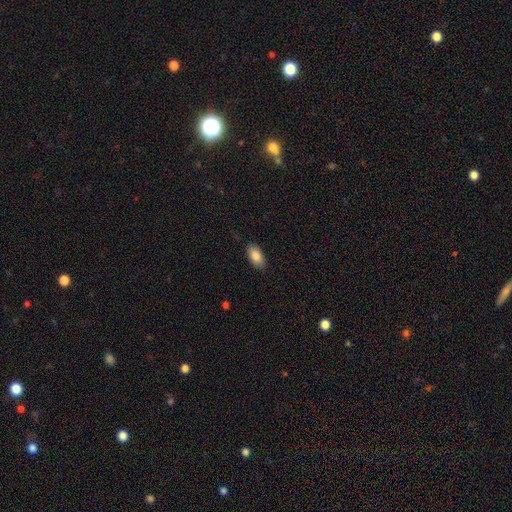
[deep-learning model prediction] Morphology: type=smooth (85%); roundness=in between (93%); merging=none (87%).